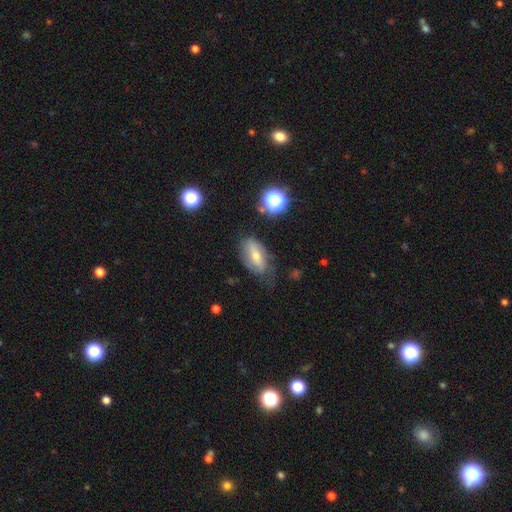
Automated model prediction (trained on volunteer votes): smooth_or_featured: smooth (p=0.49) [alt: featured or disk p=0.41]
merging: none (p=0.54) [alt: minor disturbance p=0.28]